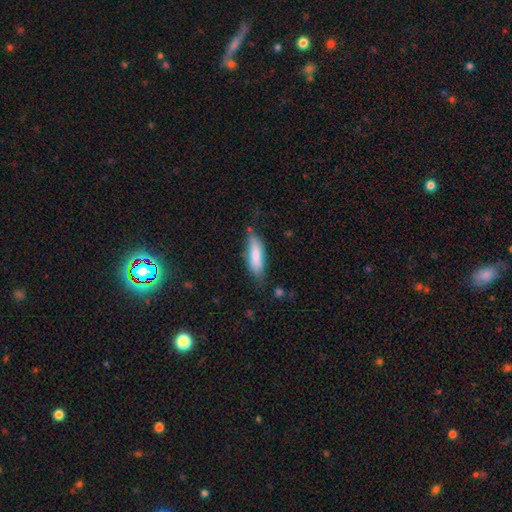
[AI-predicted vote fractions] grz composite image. It shows a smooth galaxy with no disk features (76%) that is in between round and cigar-shaped (52%). Merging: none (60%).